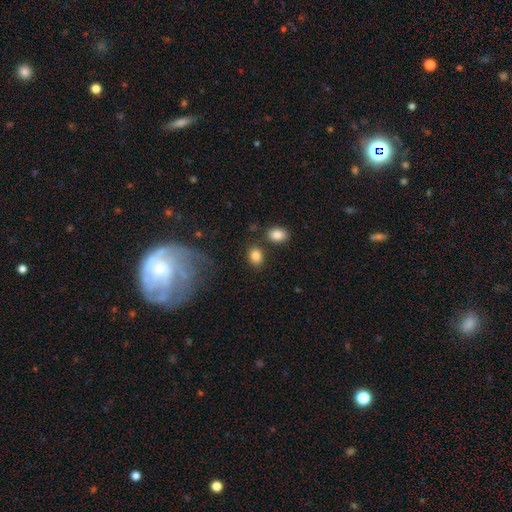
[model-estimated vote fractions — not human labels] A smooth galaxy with no disk features (86%) that is in between round and cigar-shaped (63%).

Vote fractions:
- Smooth or featured? smooth: 86% / star or artifact: 9% / featured or disk: 6%
- How rounded? in between: 63% / round: 35% / cigar-shaped: 1%
- Merging? none: 75% / minor disturbance: 11% / merger: 10% / major disturbance: 4%